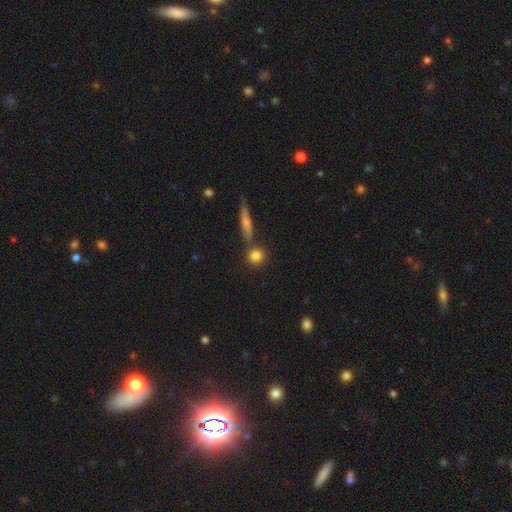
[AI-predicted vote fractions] smooth_or_featured: smooth (p=0.81) [alt: star or artifact p=0.10]
how_rounded: round (p=0.84) [alt: in between p=0.10]
merging: none (p=0.73) [alt: merger p=0.15]